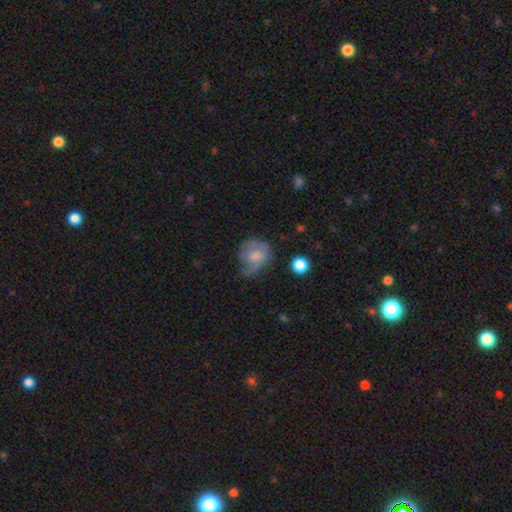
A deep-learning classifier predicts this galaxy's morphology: The model was most divided on "merging": none: 35%, minor disturbance: 32%, major disturbance: 29%, merger: 3%. More confident: how rounded — round (64%); smooth or featured — smooth (57%).